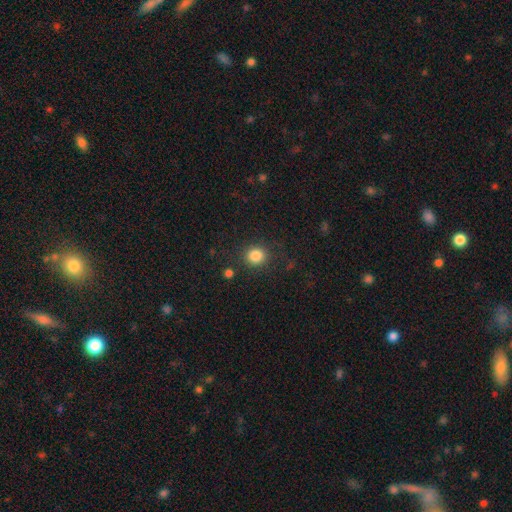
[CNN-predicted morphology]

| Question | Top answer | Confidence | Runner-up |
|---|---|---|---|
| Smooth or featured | smooth | 84% | star or artifact (11%) |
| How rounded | round | 84% | in between (15%) |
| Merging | none | 84% | minor disturbance (9%) |